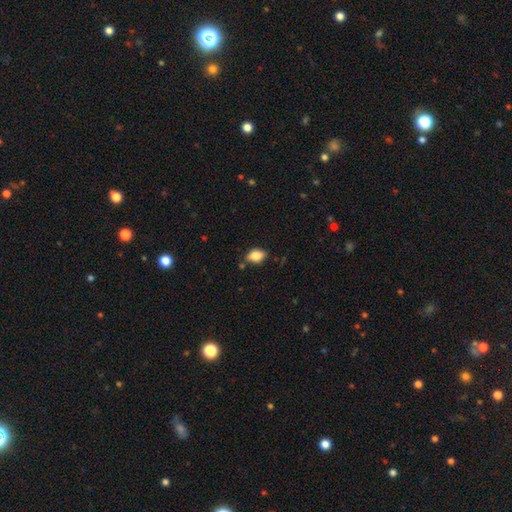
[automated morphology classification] Smooth or featured? Predicted: smooth (p=0.84). How rounded? Predicted: in between (p=0.85). Merging? Predicted: none (p=0.78).